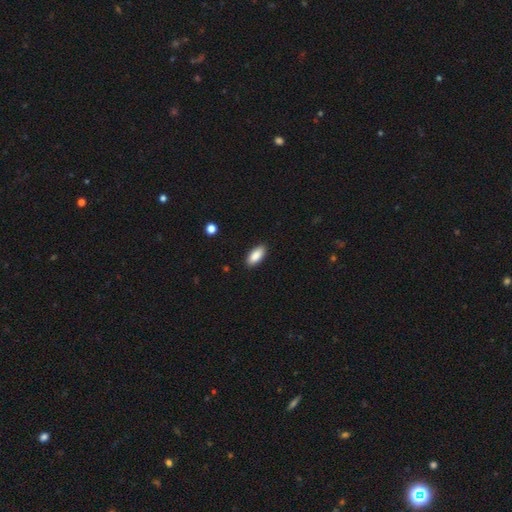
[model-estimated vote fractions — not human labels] smooth_or_featured: smooth (p=0.89) [alt: star or artifact p=0.06]
how_rounded: in between (p=0.88) [alt: cigar-shaped p=0.10]
merging: none (p=0.89) [alt: minor disturbance p=0.08]